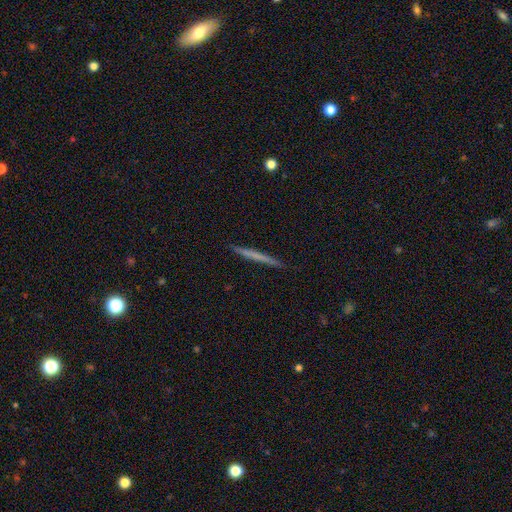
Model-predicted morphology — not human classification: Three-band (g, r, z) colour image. It shows a smooth galaxy with no disk features (56%) that is cigar-shaped (97%). Merging: none (91%).